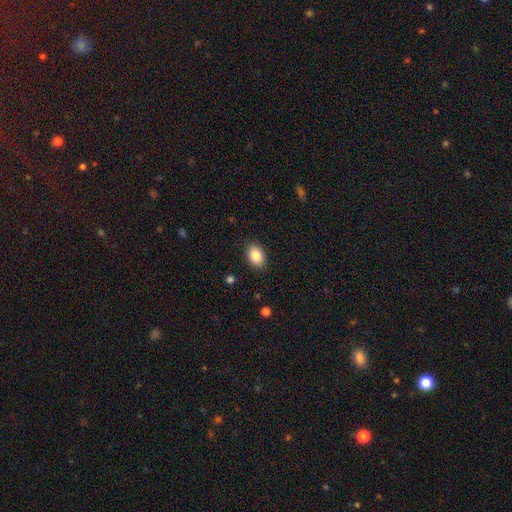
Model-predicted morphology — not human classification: smooth-or-featured: smooth: 85% | star or artifact: 8% | featured or disk: 7%
  how-rounded: in between: 82% | round: 17% | cigar-shaped: 1%
  merging: none: 88% | minor disturbance: 9% | major disturbance: 2% | merger: 1%